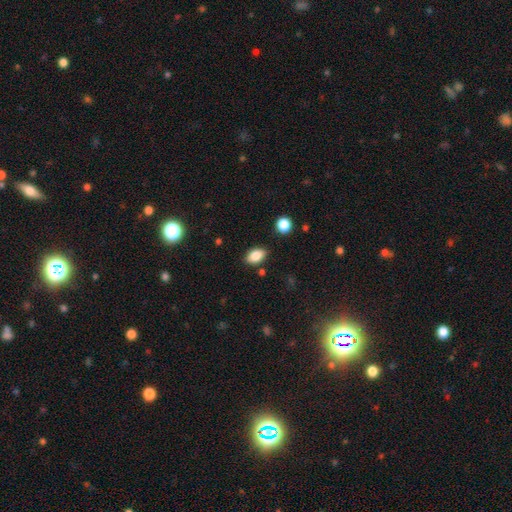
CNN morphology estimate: This is clearly a smooth galaxy (86%). How rounded: clearly in between (90%). Merging: clearly none (83%).